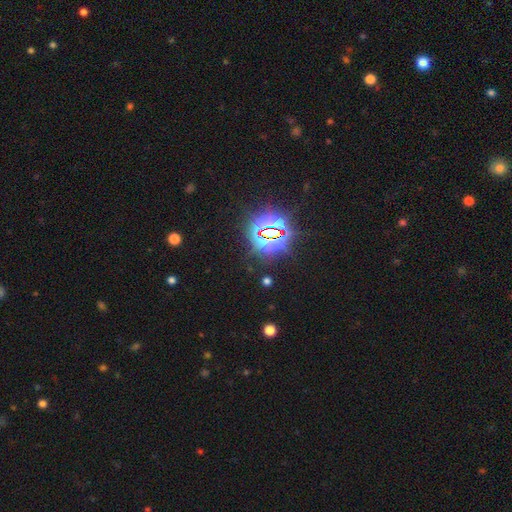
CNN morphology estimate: smooth_or_featured: star or artifact (p=0.84) [alt: smooth p=0.10]